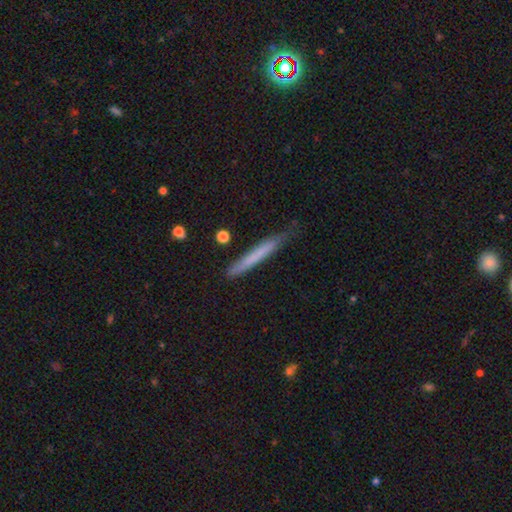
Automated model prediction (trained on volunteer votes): This appears to be a smooth galaxy with no disk features (67%) that is cigar-shaped (96%). Merging: none (73%).